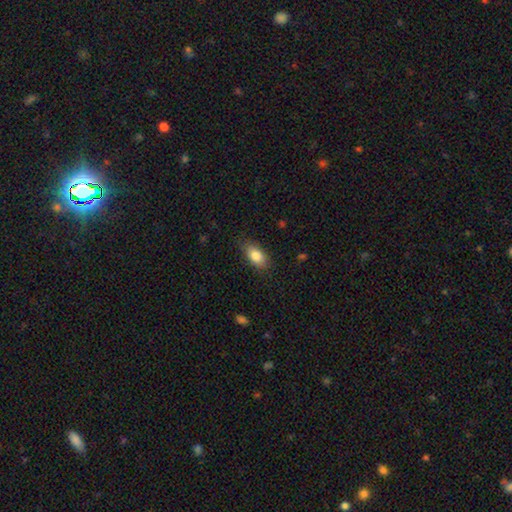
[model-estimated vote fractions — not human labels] Overall: smooth (85%). How rounded: in between (90%). Merging: none (79%).